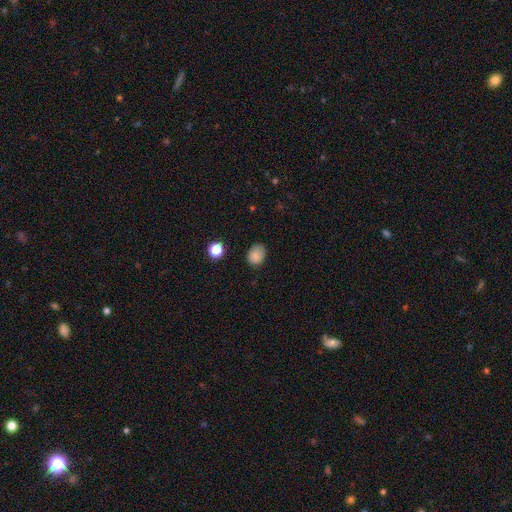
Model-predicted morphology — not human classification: Smooth or featured: smooth — 84% (star or artifact — 11%)
How rounded: in between — 56% (round — 43%)
Merging: none — 76% (minor disturbance — 19%)